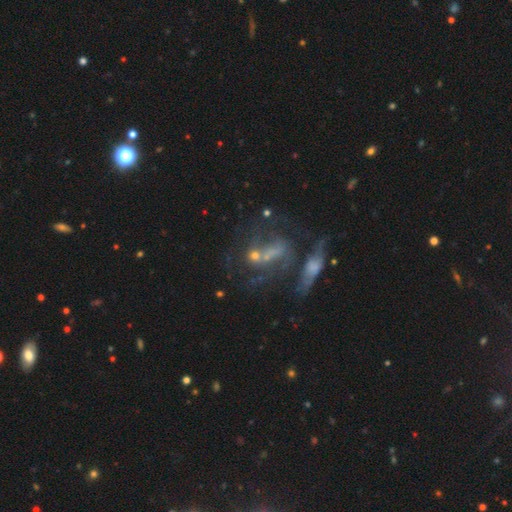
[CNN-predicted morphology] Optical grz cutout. It shows a featured or disk galaxy (55%). Merging: merger (35%).